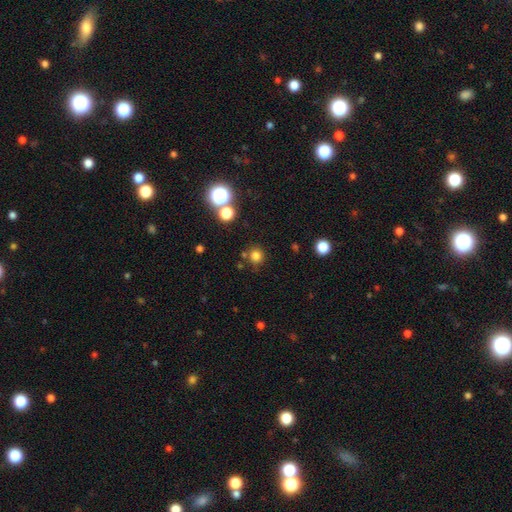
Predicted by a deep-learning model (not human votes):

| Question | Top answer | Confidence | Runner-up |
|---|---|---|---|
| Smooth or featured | smooth | 78% | star or artifact (17%) |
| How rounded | round | 92% | in between (7%) |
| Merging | none | 82% | minor disturbance (8%) |